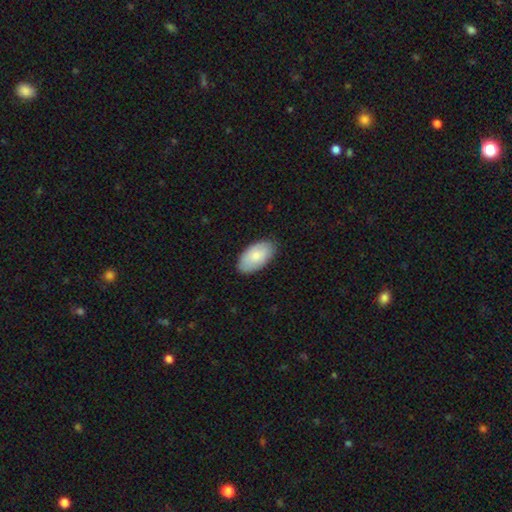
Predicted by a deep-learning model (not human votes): This is likely a smooth galaxy (79%). How rounded: clearly in between (95%). Merging: clearly none (84%).